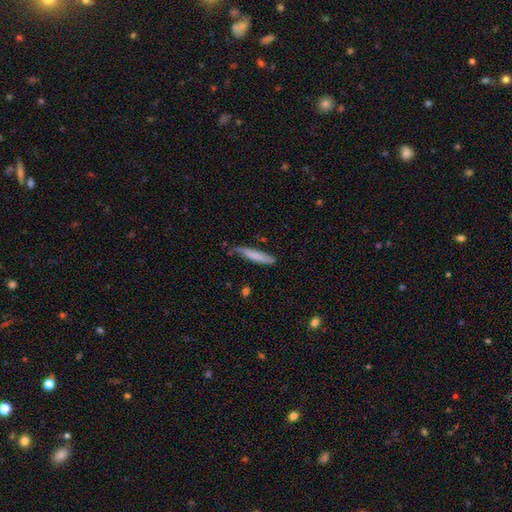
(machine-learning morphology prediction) This appears to be a smooth galaxy with no disk features (74%) that is cigar-shaped (89%). Merging: none (59%).